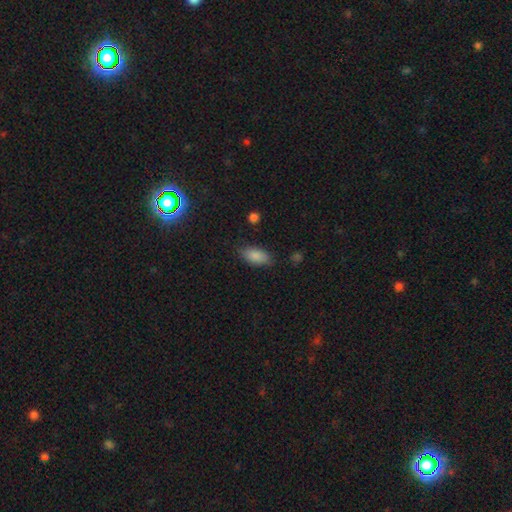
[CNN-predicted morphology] Smooth or featured? Predicted: smooth (p=0.86). How rounded? Predicted: in between (p=0.91). Merging? Predicted: none (p=0.80).